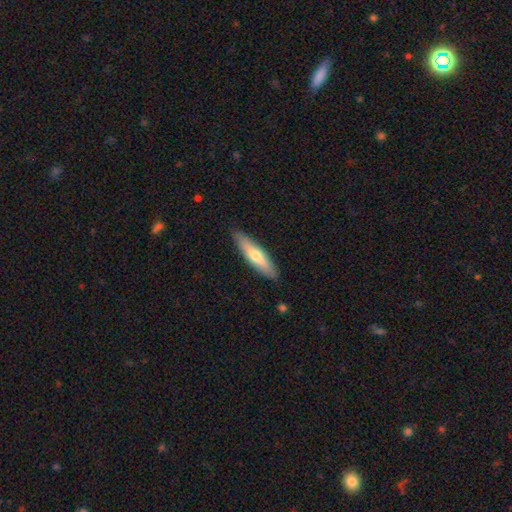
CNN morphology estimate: smooth 59%, featured or disk 36%, star or artifact 5%. Down the decision tree: how rounded — cigar-shaped (74%); merging — none (88%).